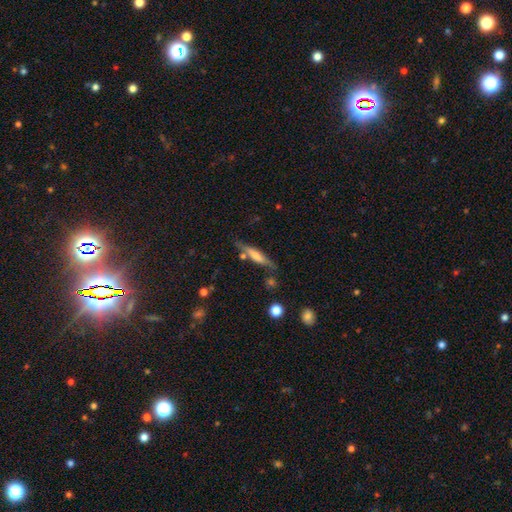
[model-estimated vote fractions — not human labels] Smooth or featured? smooth (51%)
How rounded? cigar-shaped (83%)
Merging? none (71%)